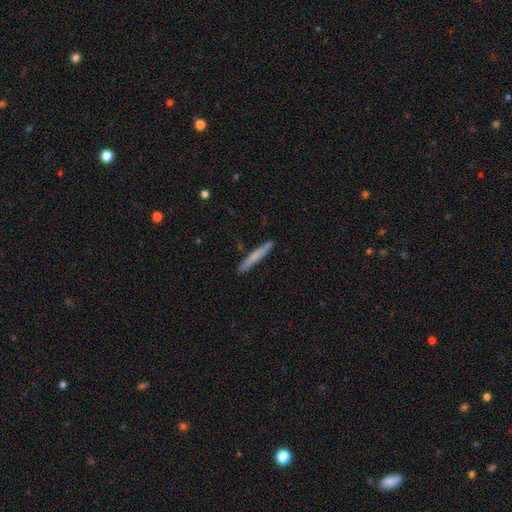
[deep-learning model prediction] smooth 56%, featured or disk 38%, star or artifact 6%. Down the decision tree: how rounded — cigar-shaped (96%); merging — none (88%).